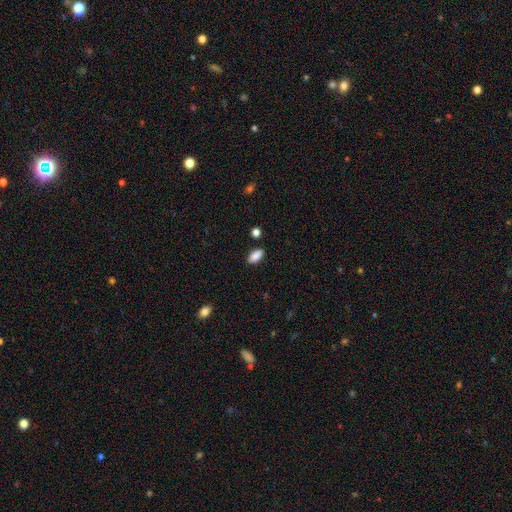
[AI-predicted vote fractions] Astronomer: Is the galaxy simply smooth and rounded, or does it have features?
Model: smooth — 87%.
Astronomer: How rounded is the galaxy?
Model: in between — 89%.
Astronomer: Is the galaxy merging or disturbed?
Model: none — 86%.